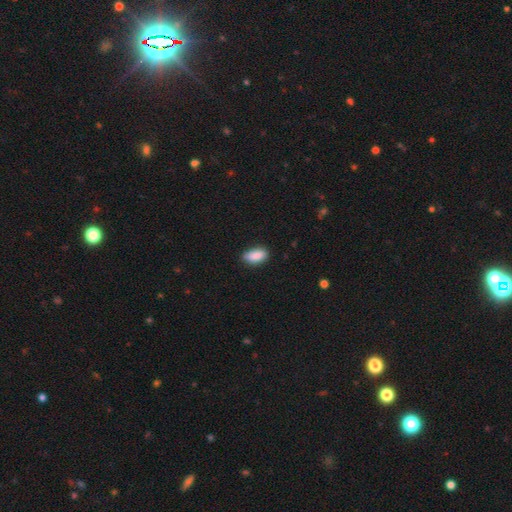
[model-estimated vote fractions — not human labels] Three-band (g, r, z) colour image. It shows a smooth galaxy with no disk features (88%) that is in between round and cigar-shaped (90%). Merging: none (80%).